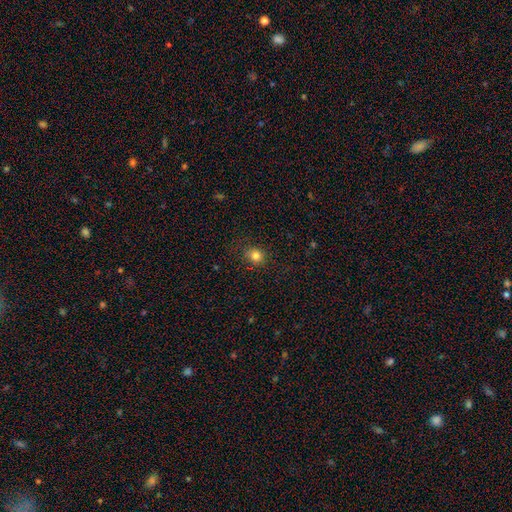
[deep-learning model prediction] smooth 81%, star or artifact 13%, featured or disk 6%. Down the decision tree: how rounded — round (78%); merging — none (84%).